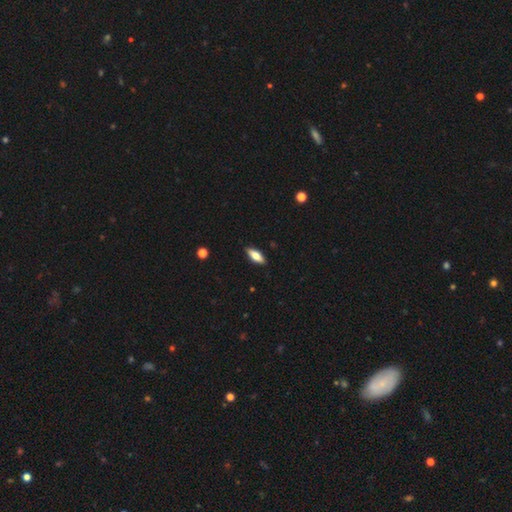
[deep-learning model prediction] A smooth galaxy with no disk features (64%) that is in between round and cigar-shaped (69%). Merging: none (89%).